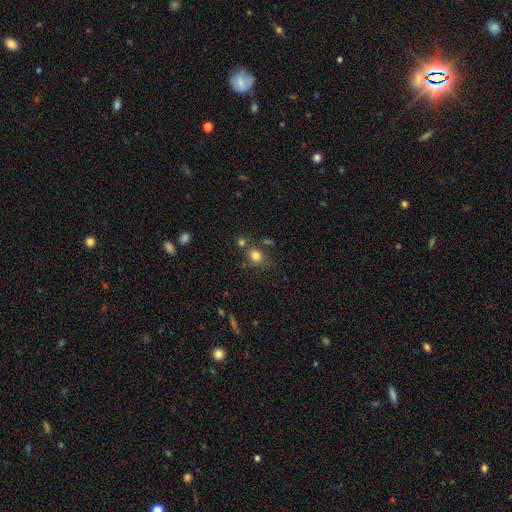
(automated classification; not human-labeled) Smooth or featured: smooth — 79% (star or artifact — 13%)
How rounded: round — 59% (in between — 40%)
Merging: none — 65% (minor disturbance — 15%)